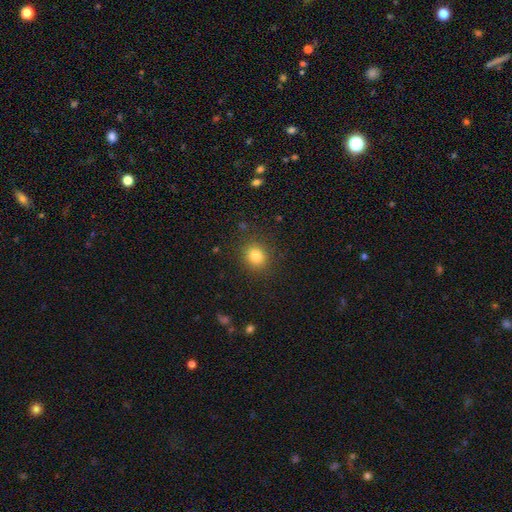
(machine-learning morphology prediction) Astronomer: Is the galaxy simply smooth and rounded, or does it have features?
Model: smooth — 82%.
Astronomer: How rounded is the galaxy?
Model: round — 79%.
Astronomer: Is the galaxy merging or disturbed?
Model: none — 87%.